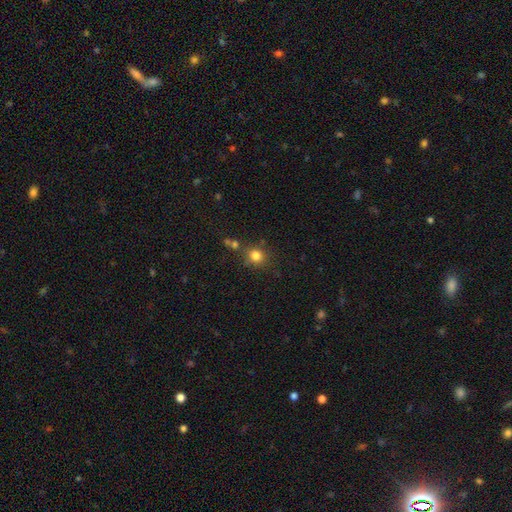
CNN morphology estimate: type=smooth (80%); roundness=round (82%); merging=none (73%).